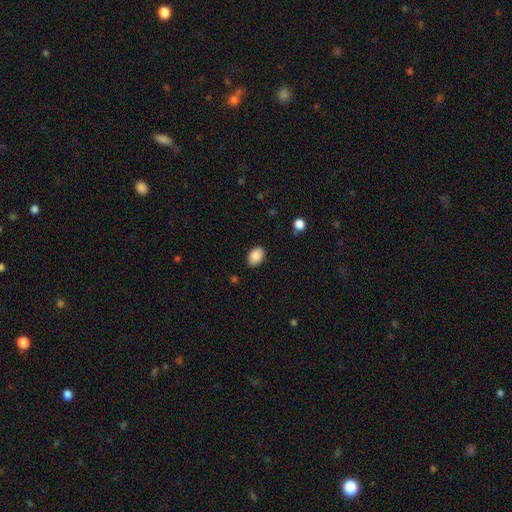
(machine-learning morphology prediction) smooth 88%, star or artifact 8%, featured or disk 4%. Down the decision tree: how rounded — in between (82%); merging — none (85%).